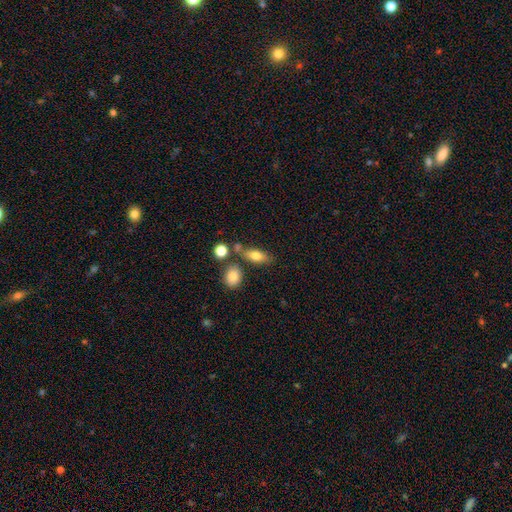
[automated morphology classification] Smooth or featured? Predicted: smooth (p=0.76). How rounded? Predicted: in between (p=0.77). Merging? Predicted: none (p=0.64).